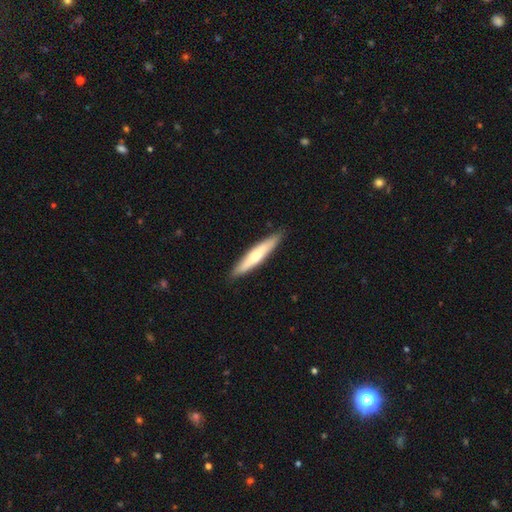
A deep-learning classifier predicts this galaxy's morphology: Smooth or featured? smooth (57%)
How rounded? cigar-shaped (92%)
Merging? none (90%)